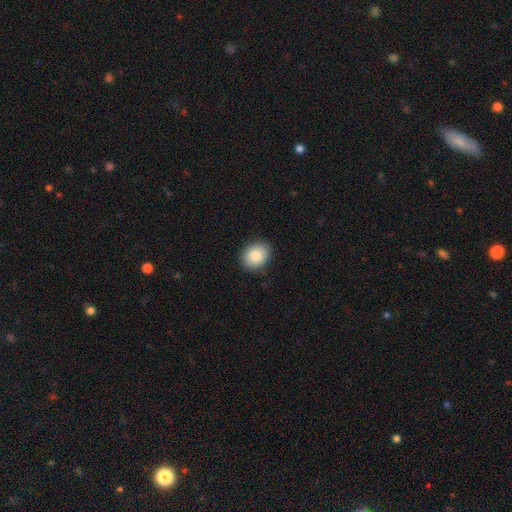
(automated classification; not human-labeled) This appears to be a smooth galaxy with no disk features (86%) that is round (55%). Merging: none (89%).